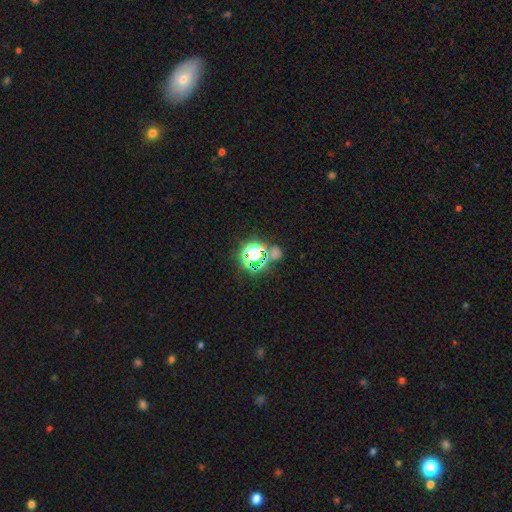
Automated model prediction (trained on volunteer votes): The model was most divided on "smooth or featured": star or artifact: 70%, smooth: 22%, featured or disk: 7%.